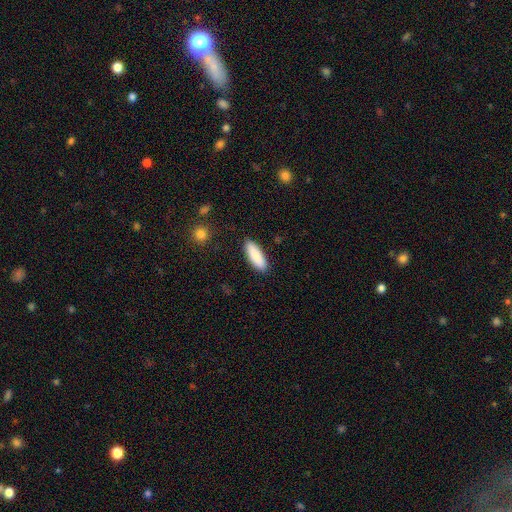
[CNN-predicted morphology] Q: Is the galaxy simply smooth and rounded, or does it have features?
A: smooth — 88%.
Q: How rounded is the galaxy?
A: in between — 60%.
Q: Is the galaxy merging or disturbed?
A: none — 89%.